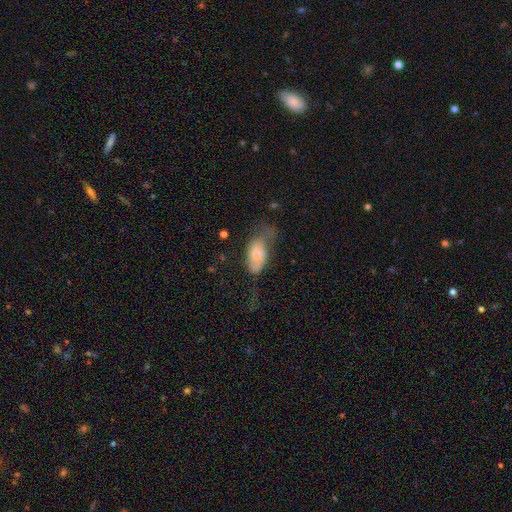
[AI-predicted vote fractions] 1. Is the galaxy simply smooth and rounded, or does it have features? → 60% smooth, 31% featured or disk, 9% star or artifact.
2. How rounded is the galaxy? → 89% in between, 7% cigar-shaped, 3% round.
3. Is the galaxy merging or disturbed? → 36% major disturbance, 32% minor disturbance, 27% none, 5% merger.